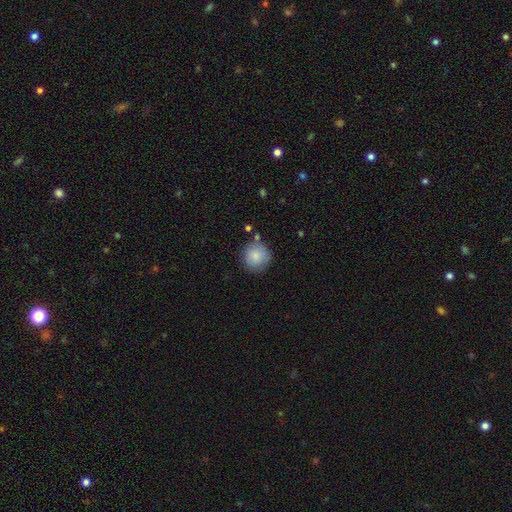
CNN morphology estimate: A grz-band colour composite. It shows a smooth galaxy with no disk features (84%) that is round (92%). Merging: none (75%).